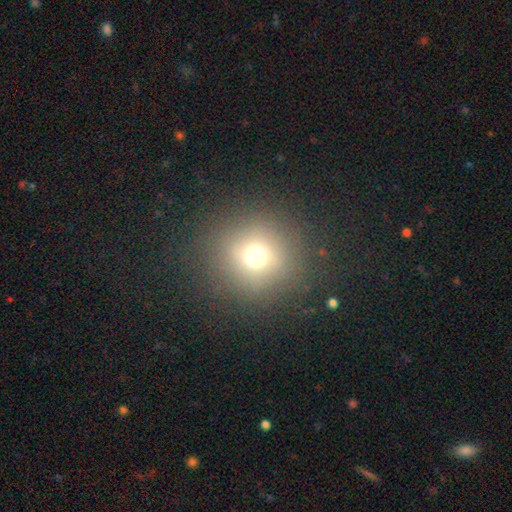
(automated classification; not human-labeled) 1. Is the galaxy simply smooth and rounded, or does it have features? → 67% smooth, 21% star or artifact, 12% featured or disk.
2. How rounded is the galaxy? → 93% round, 6% in between, 1% cigar-shaped.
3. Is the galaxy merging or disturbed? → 86% none, 7% minor disturbance, 5% major disturbance, 1% merger.